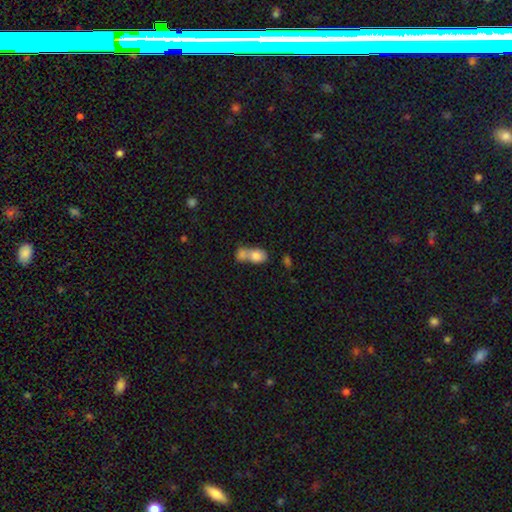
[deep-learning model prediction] A smooth galaxy with no disk features (79%) that is in between round and cigar-shaped (68%).

Vote fractions:
- Smooth or featured? smooth: 79% / featured or disk: 13% / star or artifact: 8%
- How rounded? in between: 68% / round: 29% / cigar-shaped: 3%
- Merging? merger: 74% / none: 17% / minor disturbance: 6% / major disturbance: 4%